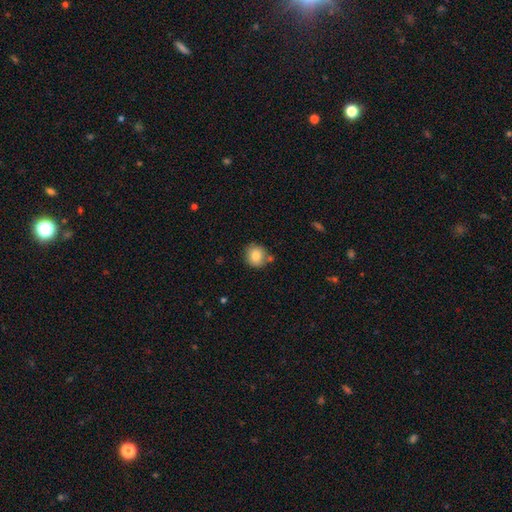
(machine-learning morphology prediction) A smooth galaxy with no disk features (82%) that is round (88%).

Vote fractions:
- Smooth or featured? smooth: 82% / star or artifact: 9% / featured or disk: 9%
- How rounded? round: 88% / in between: 11% / cigar-shaped: 1%
- Merging? none: 76% / minor disturbance: 13% / merger: 9% / major disturbance: 3%